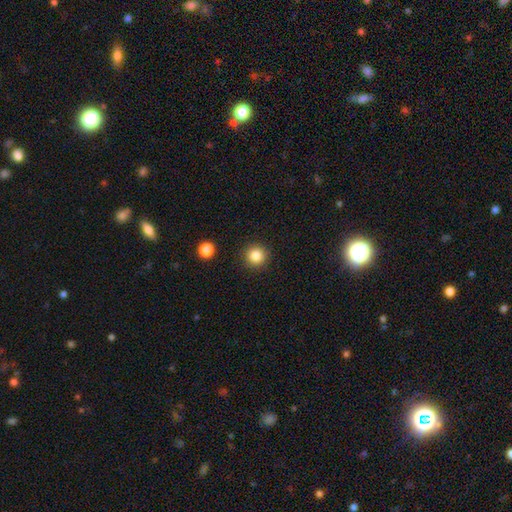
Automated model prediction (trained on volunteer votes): Smooth or featured? smooth (85%)
How rounded? round (95%)
Merging? none (91%)